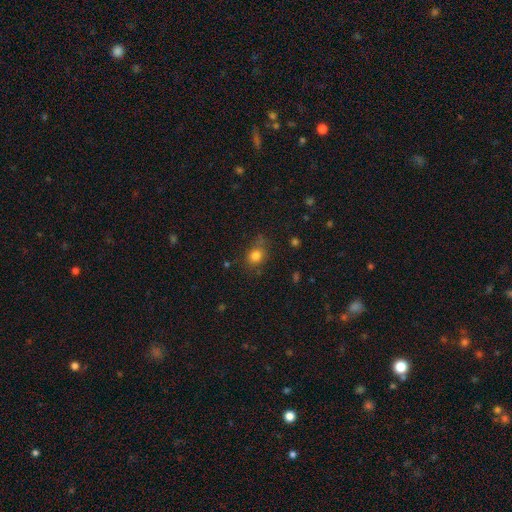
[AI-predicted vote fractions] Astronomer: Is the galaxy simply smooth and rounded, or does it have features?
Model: smooth — 79%.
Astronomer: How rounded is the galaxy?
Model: round — 62%.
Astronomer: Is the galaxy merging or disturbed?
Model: none — 69%.